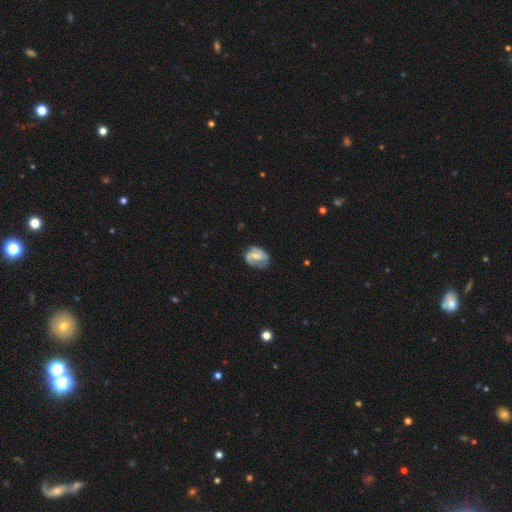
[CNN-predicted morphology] Smooth or featured: featured or disk — 74% (smooth — 20%)
Edge-on disk: no — 98% (yes — 2%)
Bar: weak — 46% (no — 32%)
Spiral arms: yes — 91% (no — 9%)
Spiral winding: medium — 45% (tight — 29%)
Spiral arm count: 2 — 77% (can't tell — 9%)
Bulge size: small — 47% (moderate — 41%)
Merging: none — 64% (minor disturbance — 25%)